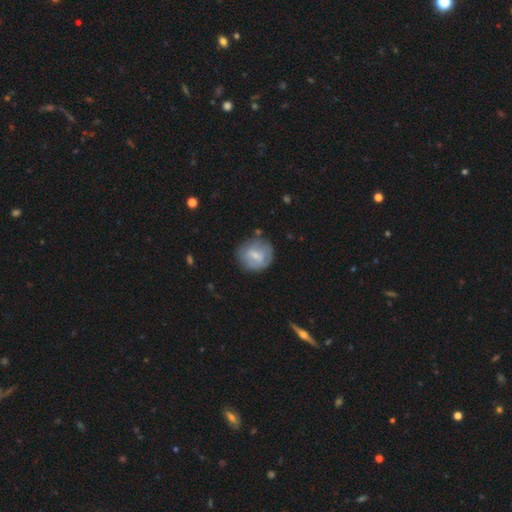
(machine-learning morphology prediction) A smooth galaxy with no disk features (50%).

Vote fractions:
- Smooth or featured? smooth: 50% / featured or disk: 43% / star or artifact: 7%
- Merging? none: 71% / minor disturbance: 19% / major disturbance: 7% / merger: 3%